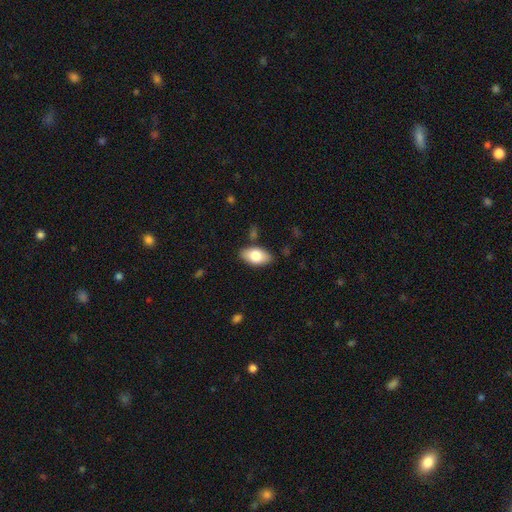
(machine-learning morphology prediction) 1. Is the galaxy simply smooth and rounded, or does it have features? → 78% smooth, 16% featured or disk, 7% star or artifact.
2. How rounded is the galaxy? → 93% in between, 4% round, 3% cigar-shaped.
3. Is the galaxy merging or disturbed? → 83% none, 11% minor disturbance, 3% merger, 3% major disturbance.